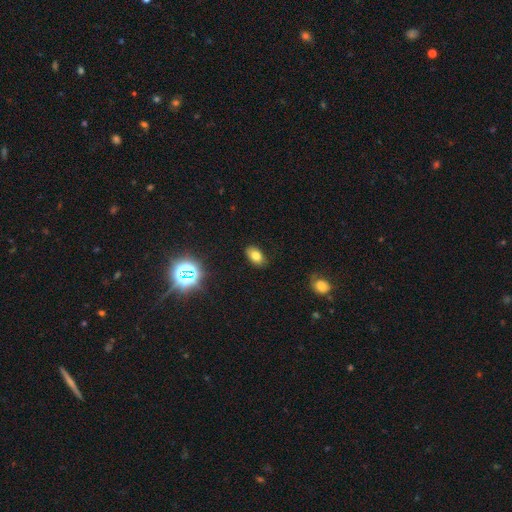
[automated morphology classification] Smooth or featured? smooth (77%)
How rounded? in between (89%)
Merging? none (84%)